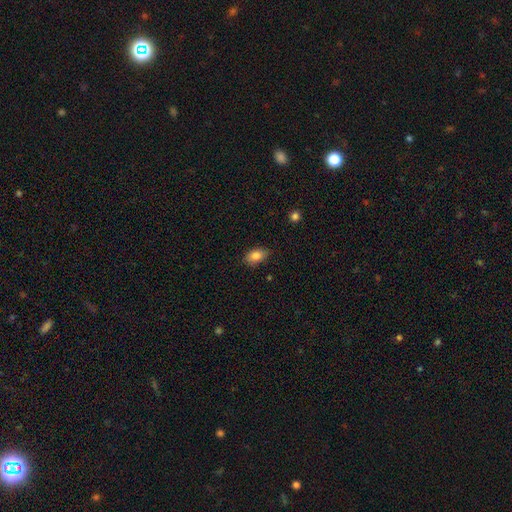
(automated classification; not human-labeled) Morphology: type=smooth (85%); roundness=in between (89%); merging=none (84%).